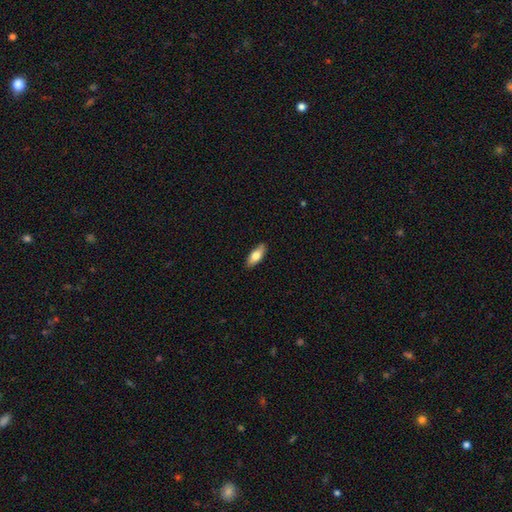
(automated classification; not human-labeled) This is likely a smooth galaxy (74%). How rounded: likely in between (77%). Merging: clearly none (89%).